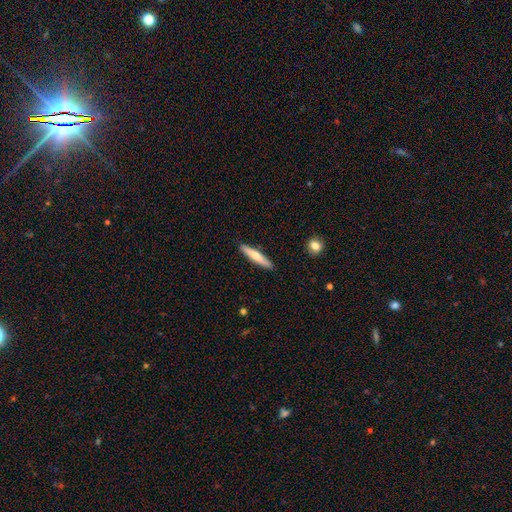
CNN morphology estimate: Smooth or featured?
  - smooth: 59% *
  - featured or disk: 35%
  - star or artifact: 6%
How rounded?
  - cigar-shaped: 90% *
  - in between: 9%
  - round: 1%
Merging?
  - none: 90% *
  - minor disturbance: 7%
  - major disturbance: 2%
  - merger: 1%